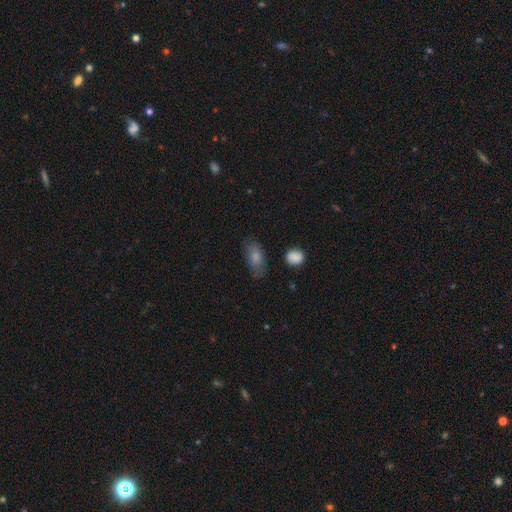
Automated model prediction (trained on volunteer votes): Overall: smooth (69%). How rounded: in between (83%). Merging: none (73%).